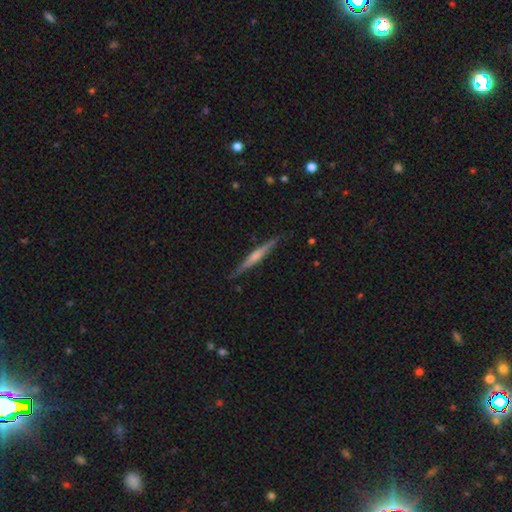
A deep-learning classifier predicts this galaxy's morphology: type=featured or disk (64%); edge-on=yes (98%); edge-on bulge=rounded (53%); merging=none (87%).